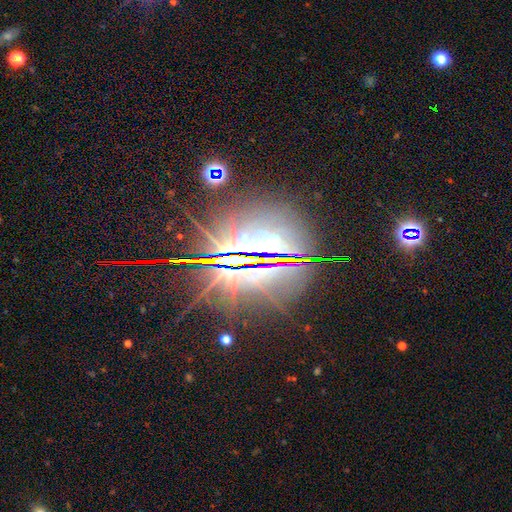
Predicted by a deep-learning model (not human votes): A star or artifact, not a galaxy (80%).

Vote fractions:
- Smooth or featured? star or artifact: 80% / featured or disk: 12% / smooth: 8%